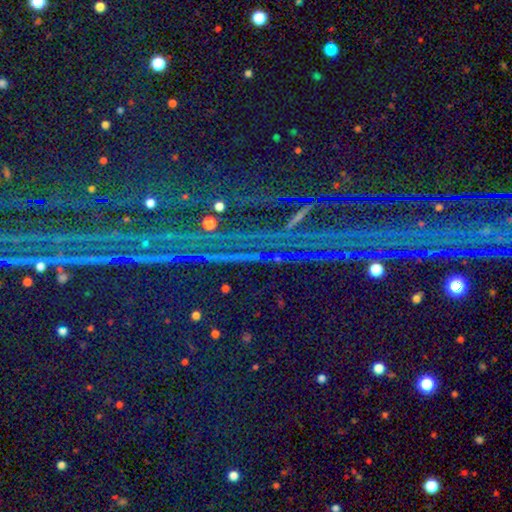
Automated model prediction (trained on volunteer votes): Overall: star or artifact (89%).